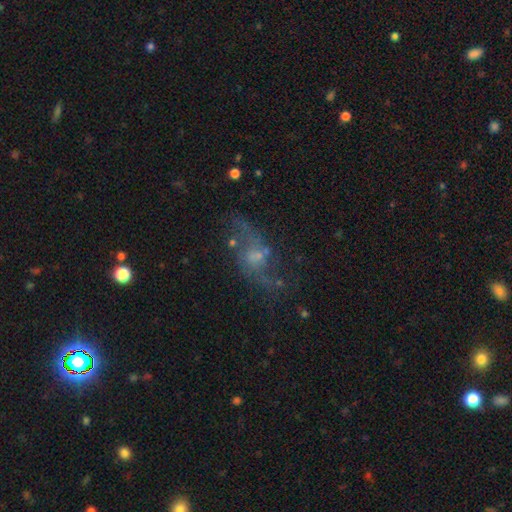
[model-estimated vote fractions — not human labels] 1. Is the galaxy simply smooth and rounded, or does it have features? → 74% featured or disk, 15% smooth, 11% star or artifact.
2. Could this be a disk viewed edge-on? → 95% no, 5% yes.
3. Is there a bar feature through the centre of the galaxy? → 56% no, 37% weak, 7% strong.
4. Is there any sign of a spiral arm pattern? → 84% yes, 16% no.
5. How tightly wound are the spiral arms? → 75% loose, 20% medium, 5% tight.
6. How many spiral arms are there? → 87% 2, 6% can't tell, 3% 1, 2% 3, 1% 4, 1% more than 4.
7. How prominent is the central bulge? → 51% small, 24% moderate, 20% none, 3% large, 1% dominant.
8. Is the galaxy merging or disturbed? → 57% none, 19% minor disturbance, 18% major disturbance, 6% merger.